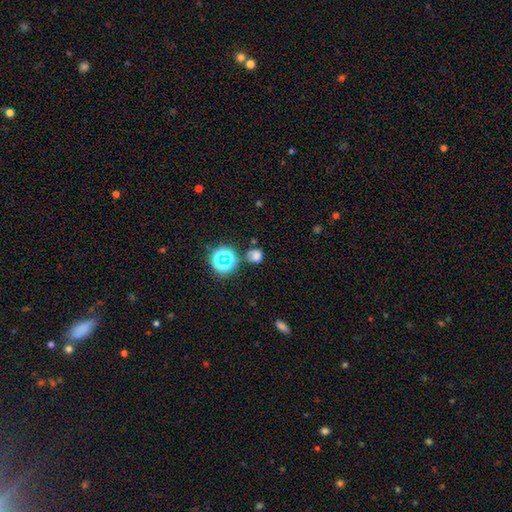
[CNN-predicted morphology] Smooth or featured? smooth (64%)
How rounded? round (77%)
Merging? none (62%)